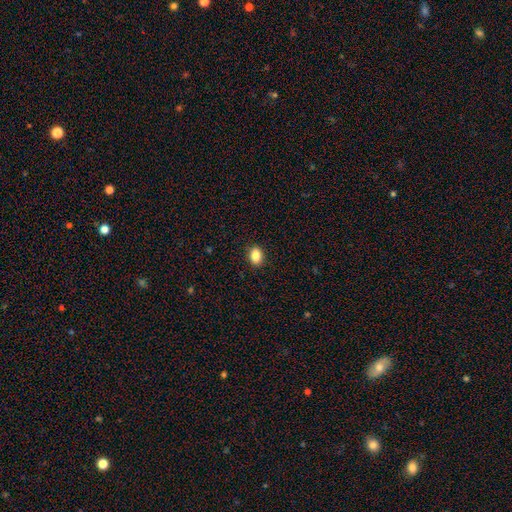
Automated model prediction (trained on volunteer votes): Morphology: type=smooth (85%); roundness=in between (72%); merging=none (90%).